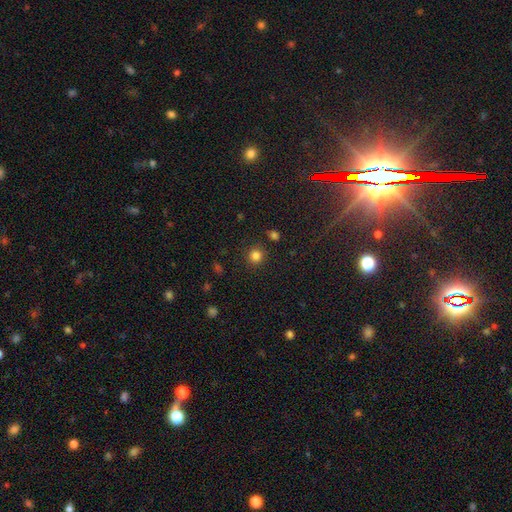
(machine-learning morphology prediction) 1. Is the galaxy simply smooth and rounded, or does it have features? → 82% smooth, 13% star or artifact, 4% featured or disk.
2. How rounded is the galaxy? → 91% round, 8% in between, 1% cigar-shaped.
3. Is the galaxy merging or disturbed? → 87% none, 7% minor disturbance, 3% merger, 3% major disturbance.